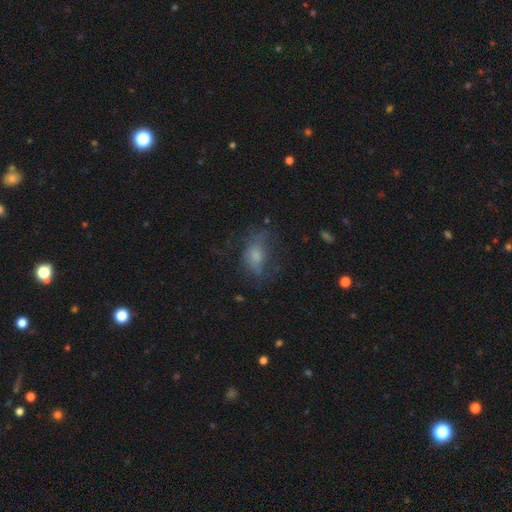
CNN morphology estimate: Smooth or featured? Predicted: smooth (p=0.55). How rounded? Predicted: in between (p=0.77). Merging? Predicted: none (p=0.42).